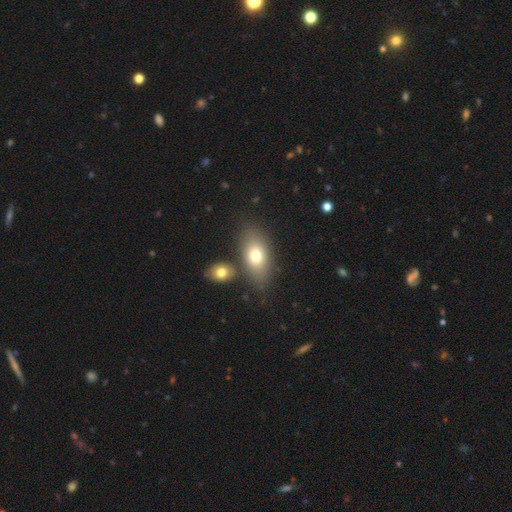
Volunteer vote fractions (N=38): Smooth or featured?
  - smooth: 76% *
  - featured or disk: 18%
  - star or artifact: 5%
How rounded?
  - in between: 83% *
  - round: 17%
  - cigar-shaped: 0%
Merging?
  - none: 72% *
  - merger: 14%
  - minor disturbance: 8%
  - major disturbance: 6%